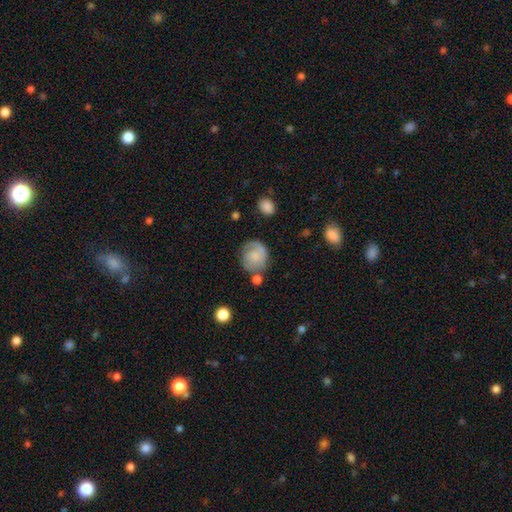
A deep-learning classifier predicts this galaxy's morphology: type=smooth (49%); merging=none (54%).